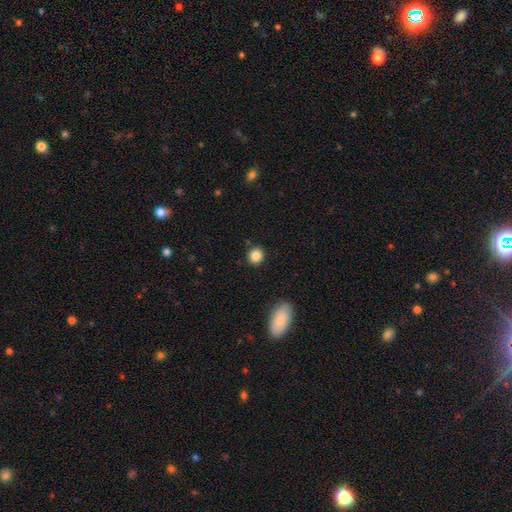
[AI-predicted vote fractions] smooth 86%, star or artifact 10%, featured or disk 4%. Down the decision tree: how rounded — round (88%); merging — none (88%).